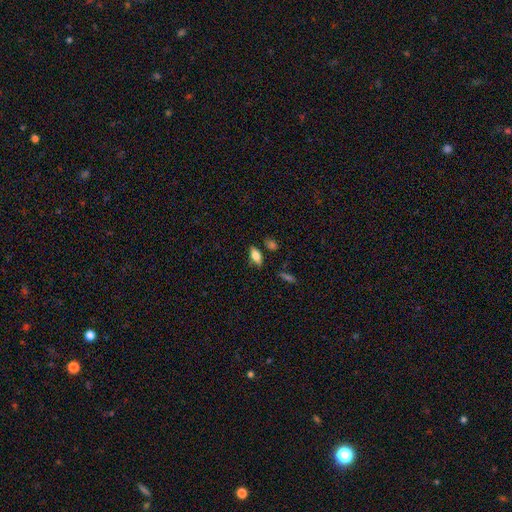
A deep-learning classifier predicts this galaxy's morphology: smooth_or_featured: smooth (p=0.74) [alt: featured or disk p=0.18]
how_rounded: in between (p=0.84) [alt: cigar-shaped p=0.12]
merging: none (p=0.82) [alt: minor disturbance p=0.12]